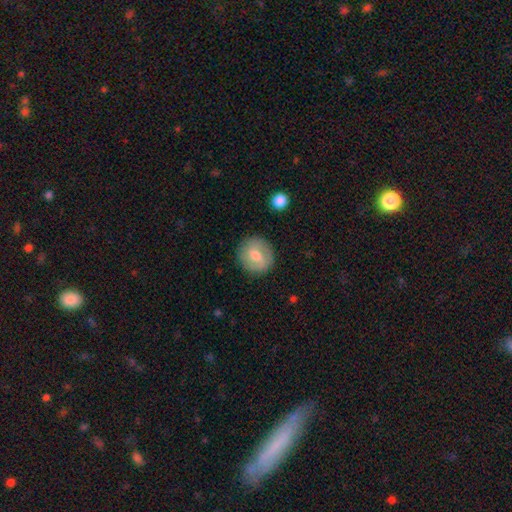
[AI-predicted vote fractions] This appears to be a smooth galaxy with no disk features (56%) that is round (88%). Merging: none (86%).